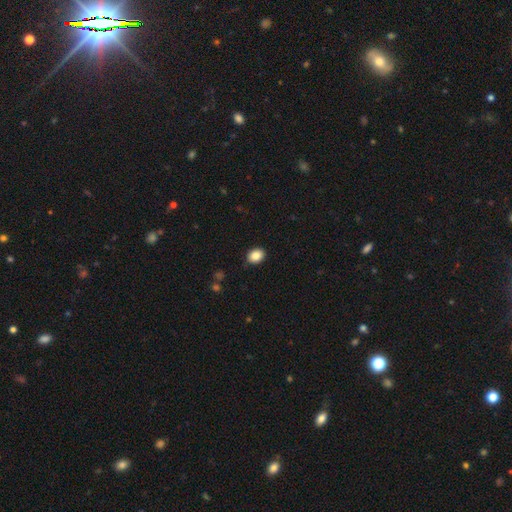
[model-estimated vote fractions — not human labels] smooth_or_featured: smooth (p=0.86) [alt: star or artifact p=0.09]
how_rounded: in between (p=0.54) [alt: round p=0.45]
merging: none (p=0.89) [alt: minor disturbance p=0.08]